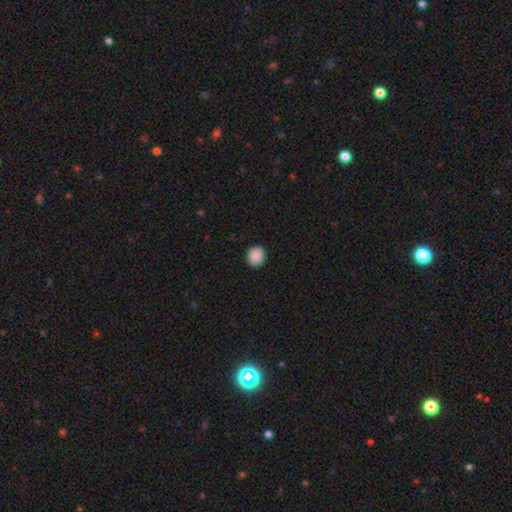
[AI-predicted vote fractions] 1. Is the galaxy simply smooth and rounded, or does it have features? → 90% smooth, 8% star or artifact, 2% featured or disk.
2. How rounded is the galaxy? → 74% round, 25% in between, 1% cigar-shaped.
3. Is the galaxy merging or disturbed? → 91% none, 6% minor disturbance, 2% major disturbance, 1% merger.